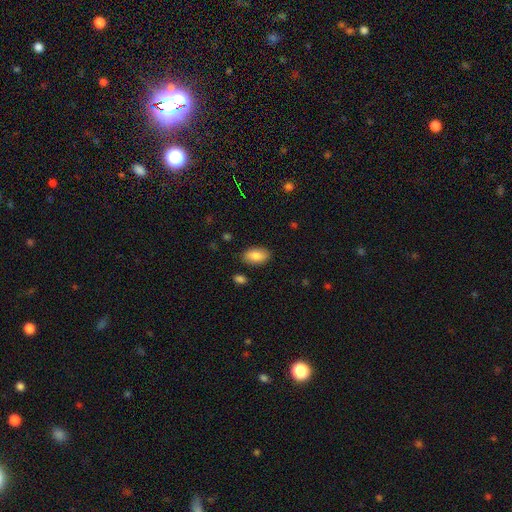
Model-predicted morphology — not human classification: Q: Smooth or featured?
A: smooth (85%); runner-up: featured or disk (8%)
Q: How rounded?
A: in between (93%); runner-up: round (6%)
Q: Merging?
A: none (86%); runner-up: minor disturbance (10%)